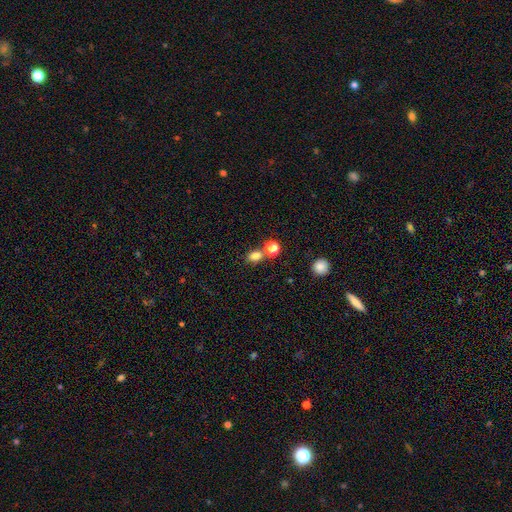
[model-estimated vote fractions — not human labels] Overall: smooth (78%). How rounded: in between (61%; round 38%). Merging: none (63%).